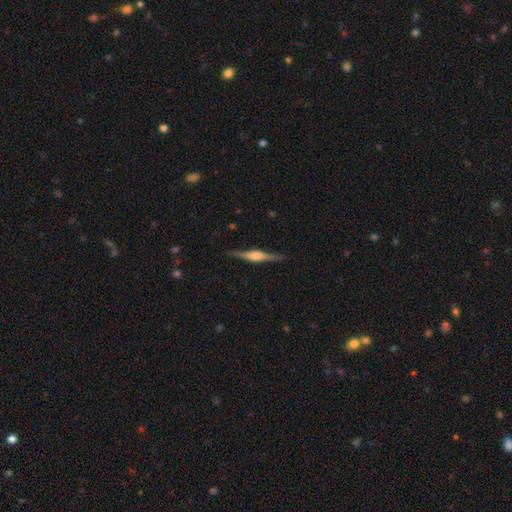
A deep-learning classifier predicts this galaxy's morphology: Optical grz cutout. It shows a featured or disk galaxy (79%) viewed edge-on (98%) with a rounded central bulge (73%). Merging: none (89%).